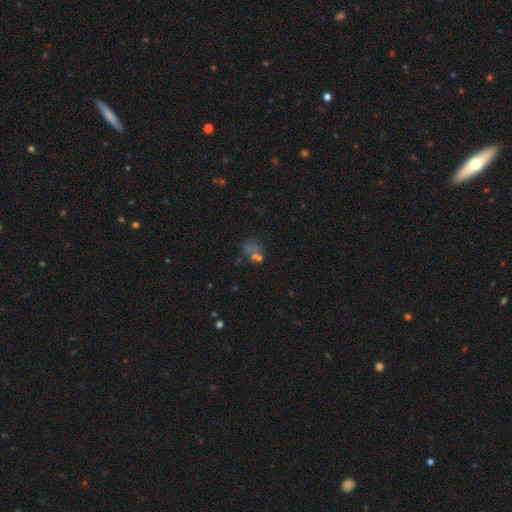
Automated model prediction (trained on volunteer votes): Smooth or featured: smooth — 41% (star or artifact — 34%)
Merging: none — 38% (merger — 27%)